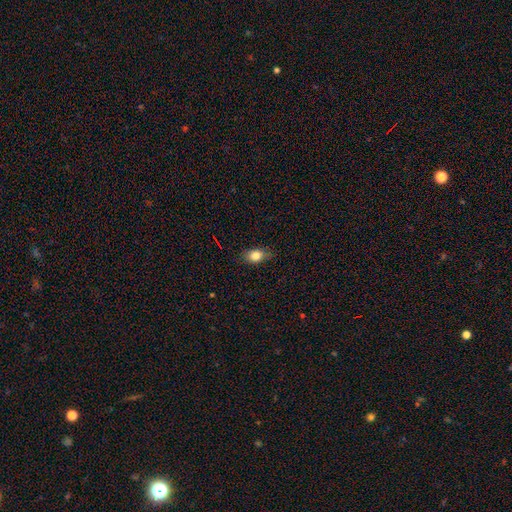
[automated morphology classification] Overall: smooth (82%). How rounded: in between (76%). Merging: none (78%).